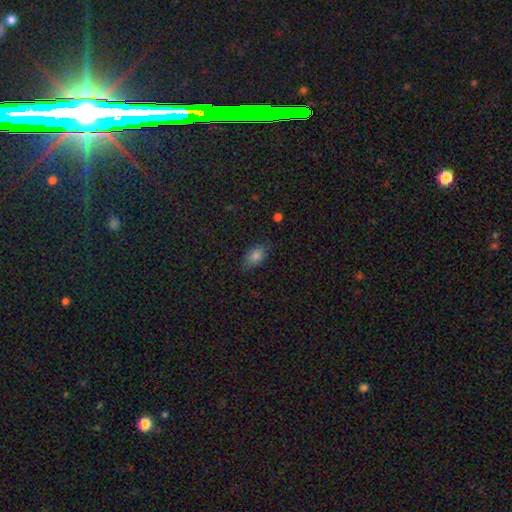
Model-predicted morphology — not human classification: smooth 81%, star or artifact 11%, featured or disk 8%. Down the decision tree: how rounded — in between (88%); merging — none (76%).